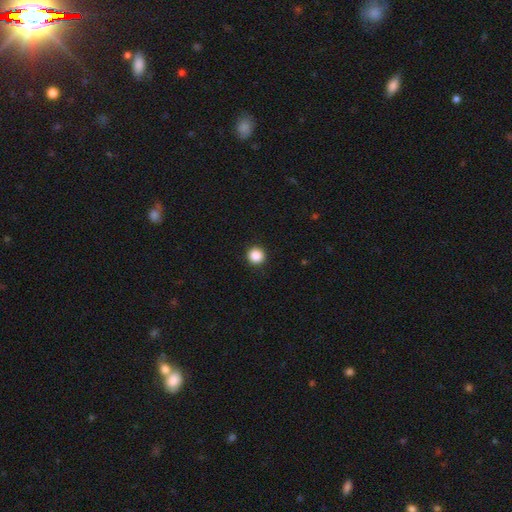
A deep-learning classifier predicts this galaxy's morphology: Smooth or featured: smooth — 88% (star or artifact — 10%)
How rounded: round — 95% (in between — 4%)
Merging: none — 93% (minor disturbance — 4%)